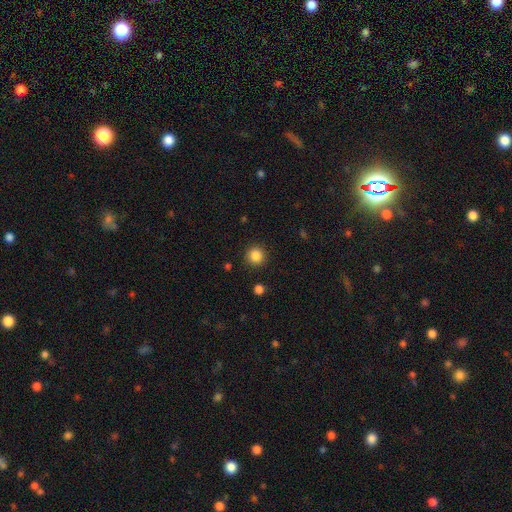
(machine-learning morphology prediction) A smooth galaxy with no disk features (85%) that is round (94%). Merging: none (90%).